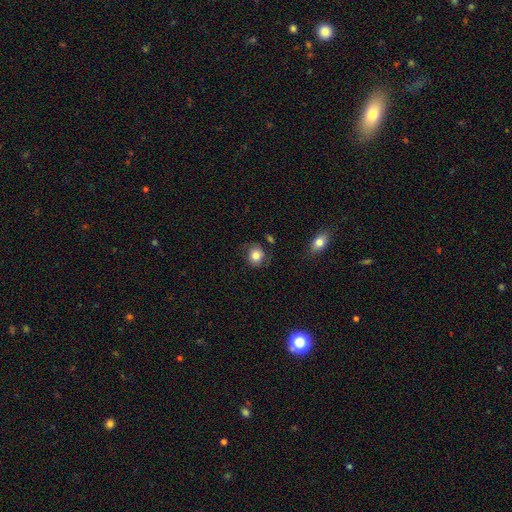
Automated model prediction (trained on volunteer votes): Smooth or featured?
  - smooth: 79% *
  - featured or disk: 12%
  - star or artifact: 9%
How rounded?
  - round: 76% *
  - in between: 23%
  - cigar-shaped: 1%
Merging?
  - none: 72% *
  - minor disturbance: 18%
  - major disturbance: 7%
  - merger: 3%